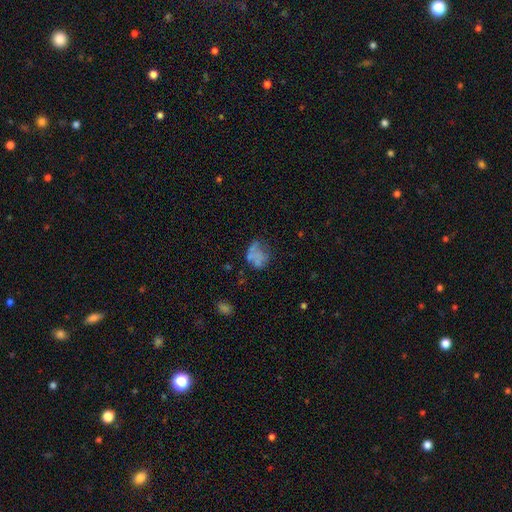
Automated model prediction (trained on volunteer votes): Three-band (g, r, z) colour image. It shows a smooth galaxy with no disk features (54%) that is in between round and cigar-shaped (59%). Merging: none (36%).